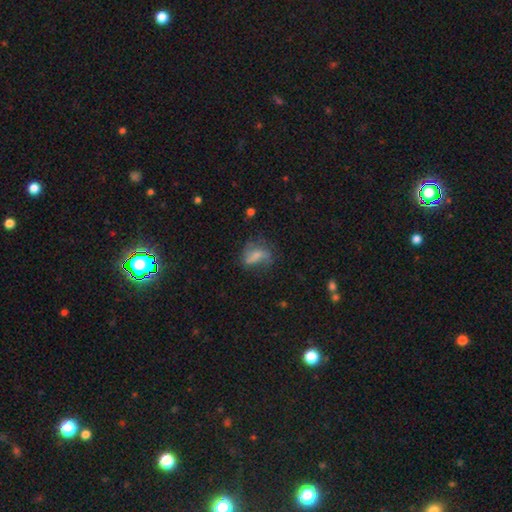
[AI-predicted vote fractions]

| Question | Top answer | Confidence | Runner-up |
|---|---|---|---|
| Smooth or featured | smooth | 49% | featured or disk (39%) |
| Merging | none | 37% | major disturbance (34%) |